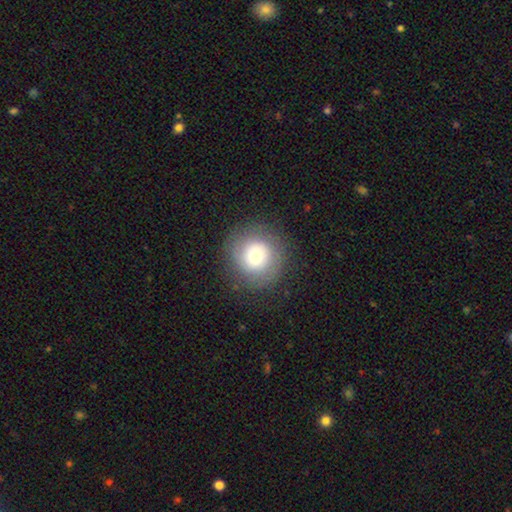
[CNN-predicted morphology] smooth-or-featured: smooth: 67% | featured or disk: 22% | star or artifact: 10%
  how-rounded: round: 93% | in between: 6% | cigar-shaped: 1%
  merging: none: 85% | minor disturbance: 9% | major disturbance: 5% | merger: 1%